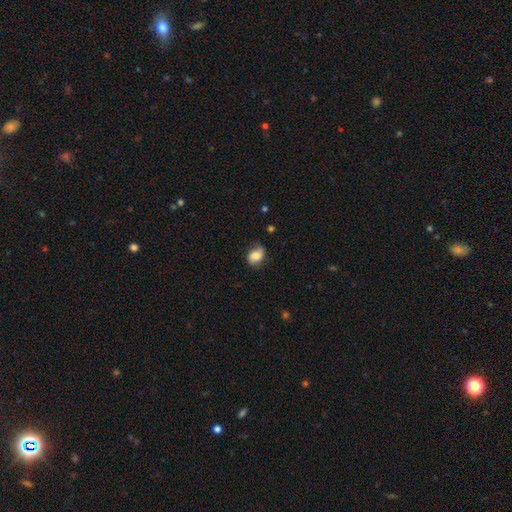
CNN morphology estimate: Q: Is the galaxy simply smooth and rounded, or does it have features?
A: smooth — 59%.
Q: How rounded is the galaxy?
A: in between — 66%.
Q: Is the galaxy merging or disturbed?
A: none — 64%.